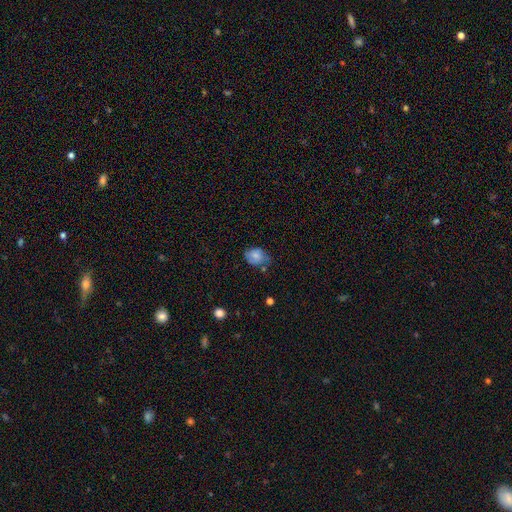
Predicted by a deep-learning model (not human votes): Q: Smooth or featured?
A: smooth (76%); runner-up: featured or disk (15%)
Q: How rounded?
A: in between (61%); runner-up: round (38%)
Q: Merging?
A: none (51%); runner-up: minor disturbance (35%)